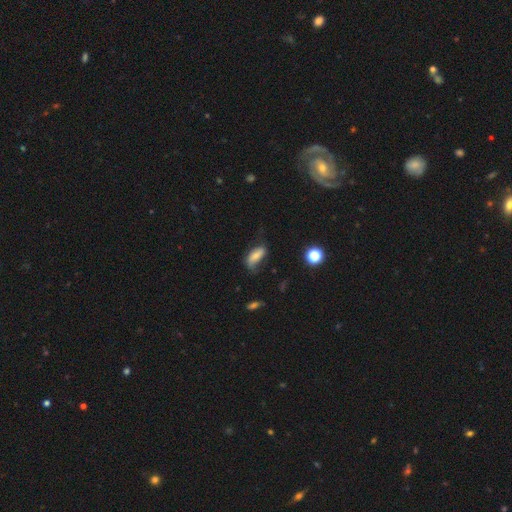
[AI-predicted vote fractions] smooth 66%, featured or disk 24%, star or artifact 10%. Down the decision tree: how rounded — in between (80%); merging — none (45%).